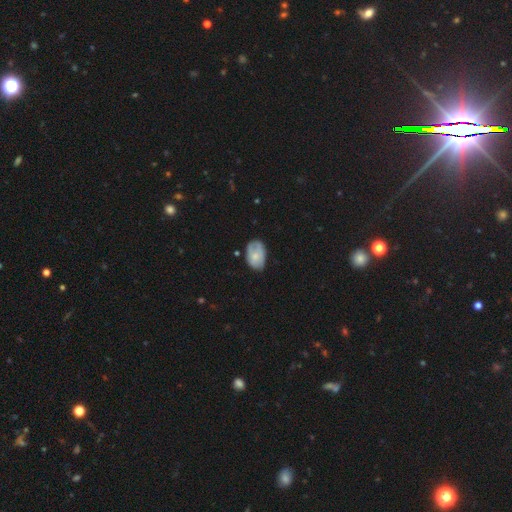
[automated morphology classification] type=smooth (65%); roundness=in between (88%); merging=none (54%).